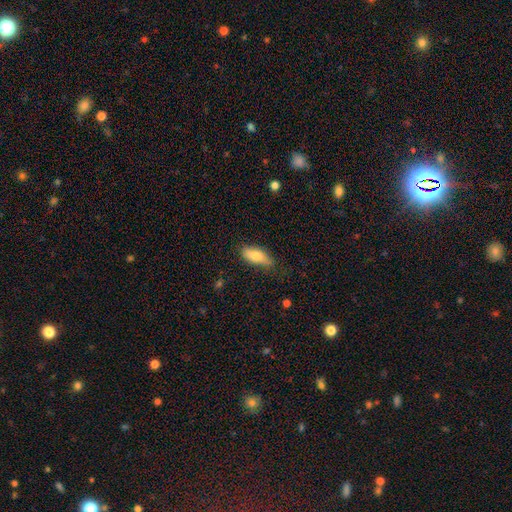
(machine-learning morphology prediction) The model was most divided on "merging": none: 68%, minor disturbance: 25%, major disturbance: 5%, merger: 2%. More confident: smooth or featured — smooth (76%); how rounded — in between (75%).